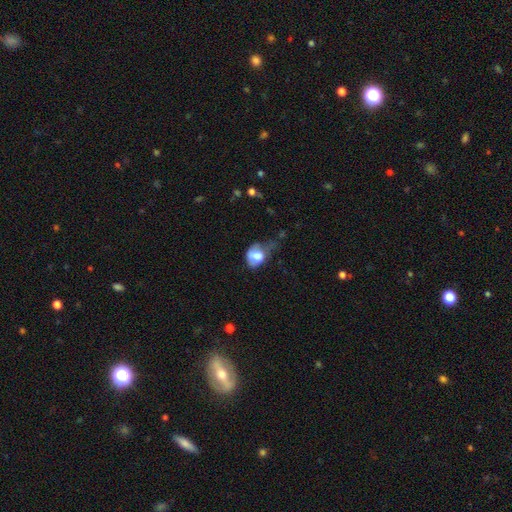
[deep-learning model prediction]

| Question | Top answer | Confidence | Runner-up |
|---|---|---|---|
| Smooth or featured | smooth | 70% | featured or disk (21%) |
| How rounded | in between | 58% | round (41%) |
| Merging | major disturbance | 40% | minor disturbance (35%) |